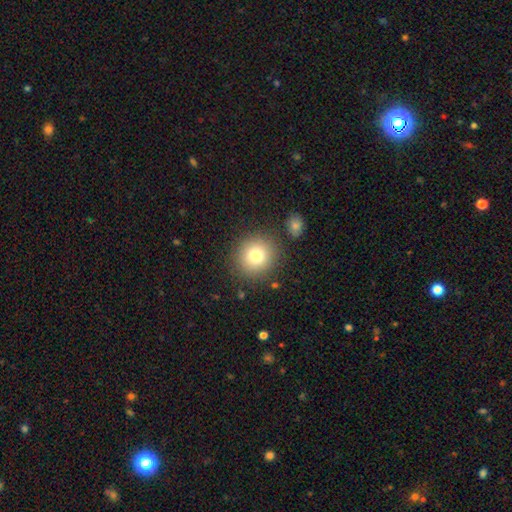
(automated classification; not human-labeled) smooth-or-featured: smooth: 78% | star or artifact: 12% | featured or disk: 10%
  how-rounded: round: 91% | in between: 8% | cigar-shaped: 1%
  merging: none: 85% | minor disturbance: 8% | merger: 4% | major disturbance: 3%